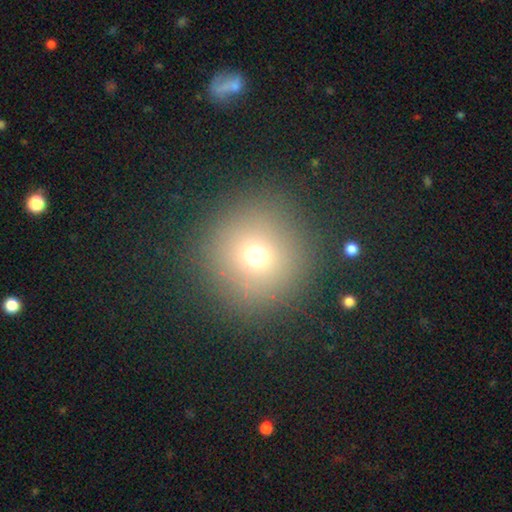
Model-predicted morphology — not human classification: Smooth or featured? smooth (68%)
How rounded? round (95%)
Merging? none (89%)